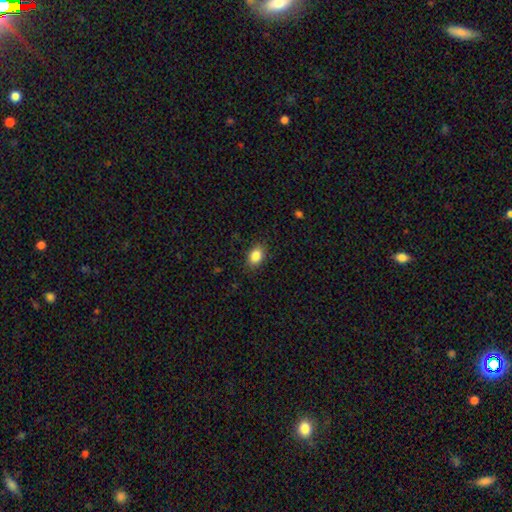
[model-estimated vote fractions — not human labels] Overall: smooth (86%). How rounded: in between (75%). Merging: none (85%).